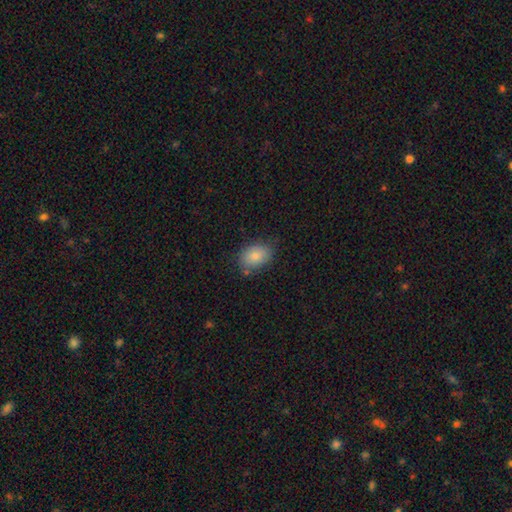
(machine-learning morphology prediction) Q: Smooth or featured?
A: smooth (82%); runner-up: featured or disk (9%)
Q: How rounded?
A: in between (78%); runner-up: round (21%)
Q: Merging?
A: none (77%); runner-up: minor disturbance (17%)